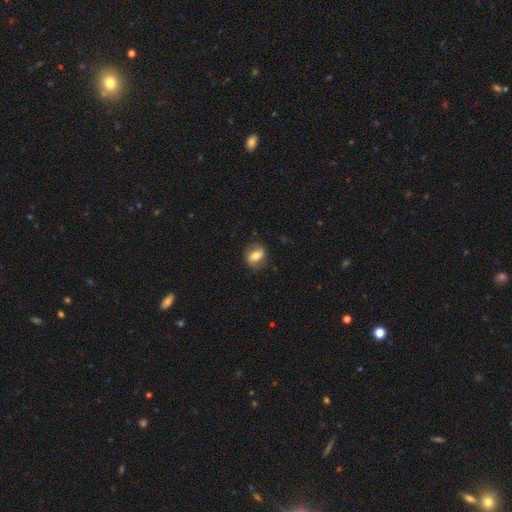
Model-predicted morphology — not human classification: A smooth galaxy with no disk features (62%) that is in between round and cigar-shaped (59%).

Vote fractions:
- Smooth or featured? smooth: 62% / featured or disk: 30% / star or artifact: 8%
- How rounded? in between: 59% / round: 38% / cigar-shaped: 3%
- Merging? none: 79% / minor disturbance: 15% / major disturbance: 5% / merger: 1%